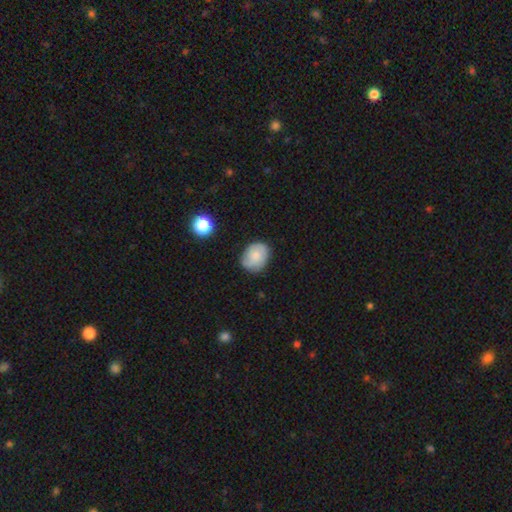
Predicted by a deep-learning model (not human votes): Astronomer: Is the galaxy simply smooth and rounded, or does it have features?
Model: smooth — 56% (runner-up: featured or disk, 36%).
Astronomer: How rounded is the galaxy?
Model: in between — 53% (runner-up: round, 46%).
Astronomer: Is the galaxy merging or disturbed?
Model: none — 71%.